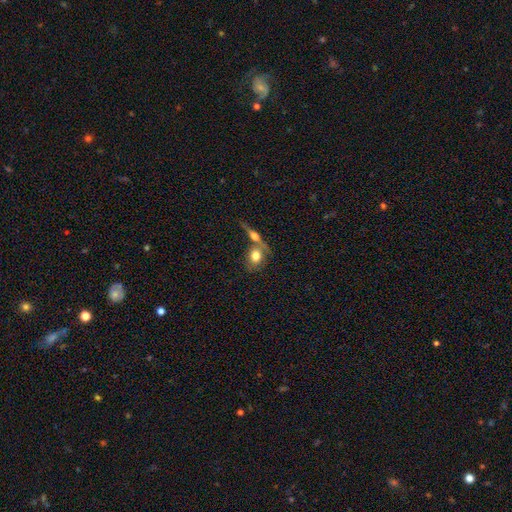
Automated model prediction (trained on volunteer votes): A smooth galaxy with no disk features (71%) that is in between round and cigar-shaped (52%).

Vote fractions:
- Smooth or featured? smooth: 71% / featured or disk: 22% / star or artifact: 7%
- How rounded? in between: 52% / round: 45% / cigar-shaped: 3%
- Merging? merger: 49% / none: 36% / minor disturbance: 10% / major disturbance: 5%